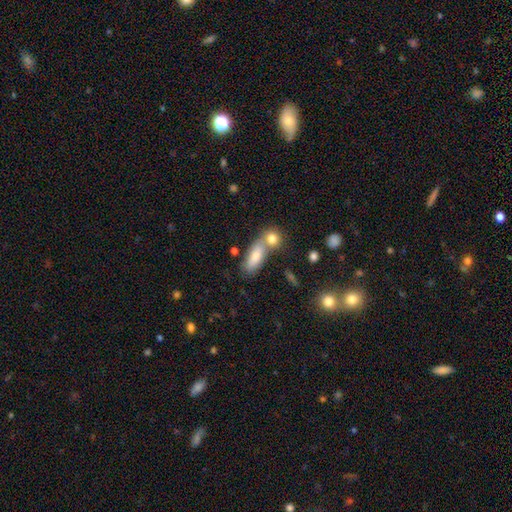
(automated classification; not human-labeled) Smooth or featured? Predicted: smooth (p=0.74). How rounded? Predicted: in between (p=0.65). Merging? Predicted: none (p=0.55).